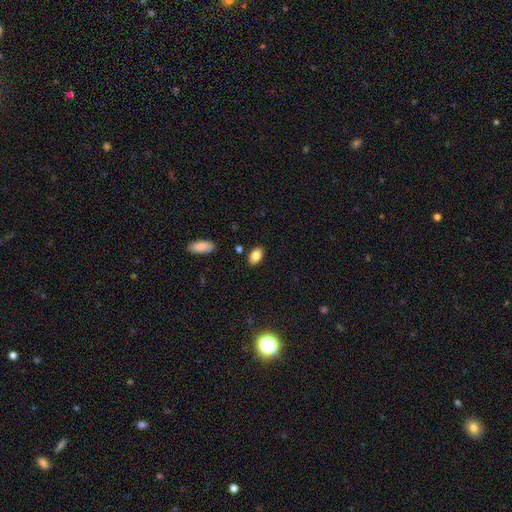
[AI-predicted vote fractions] Smooth or featured?
  - smooth: 83% *
  - star or artifact: 8%
  - featured or disk: 8%
How rounded?
  - in between: 90% *
  - round: 8%
  - cigar-shaped: 2%
Merging?
  - none: 85% *
  - minor disturbance: 10%
  - merger: 3%
  - major disturbance: 2%